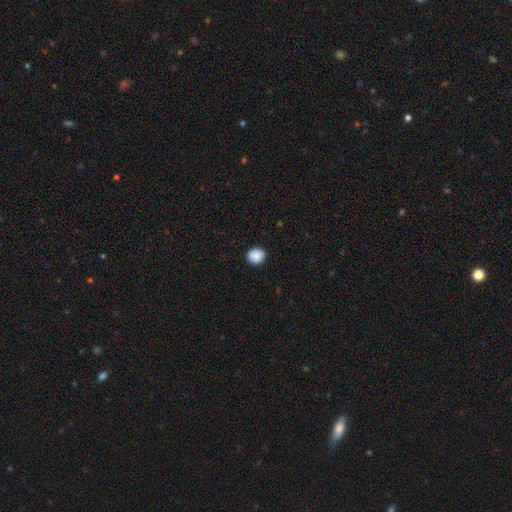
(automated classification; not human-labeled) Smooth or featured? smooth (89%)
How rounded? round (77%)
Merging? none (90%)